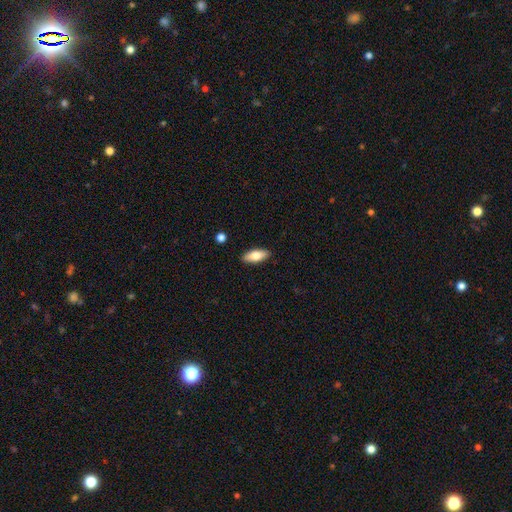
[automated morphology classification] type=smooth (76%); roundness=in between (83%); merging=none (89%).